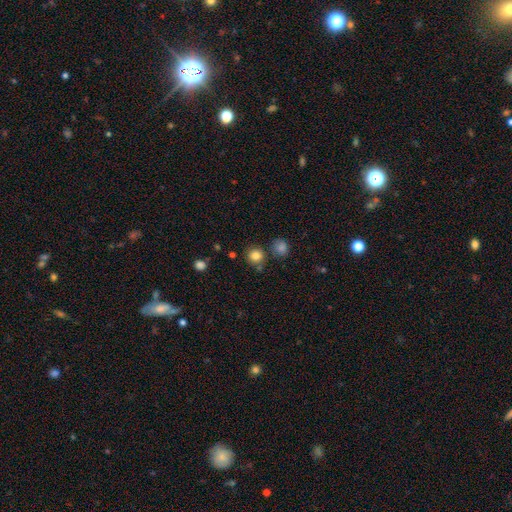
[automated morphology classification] This is clearly a smooth galaxy (83%). How rounded: clearly round (90%). Merging: likely none (79%).